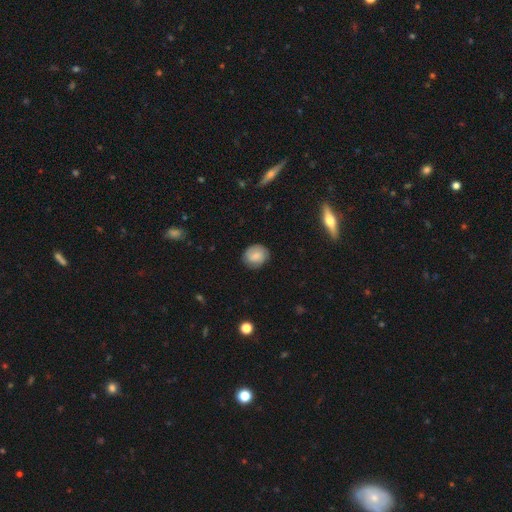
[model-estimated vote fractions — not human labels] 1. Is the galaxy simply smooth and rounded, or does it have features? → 76% smooth, 16% featured or disk, 8% star or artifact.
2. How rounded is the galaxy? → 71% round, 28% in between, 1% cigar-shaped.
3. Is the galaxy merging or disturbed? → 83% none, 13% minor disturbance, 3% major disturbance, 1% merger.